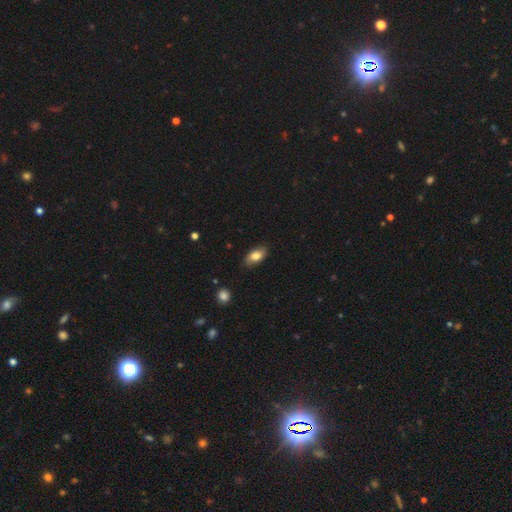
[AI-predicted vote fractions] Smooth or featured: smooth — 80% (featured or disk — 13%)
How rounded: in between — 91% (round — 5%)
Merging: none — 81% (minor disturbance — 15%)